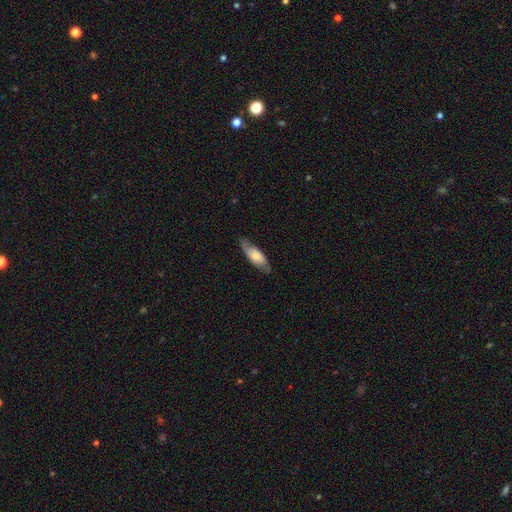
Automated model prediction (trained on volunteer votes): Overall: smooth (59%; featured or disk 35%). How rounded: in between (62%; cigar-shaped 36%). Merging: none (76%).